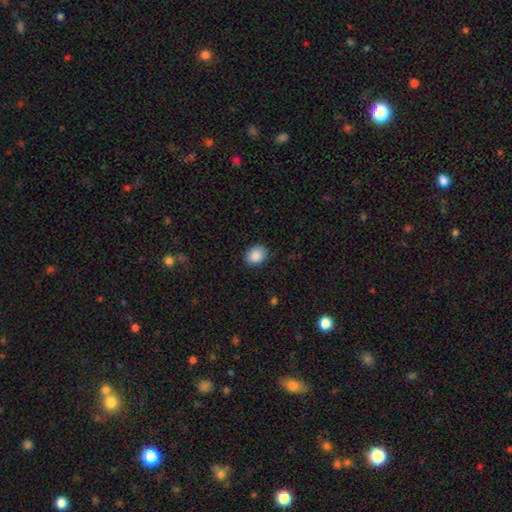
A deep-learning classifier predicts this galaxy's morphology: smooth-or-featured: smooth: 88% | star or artifact: 8% | featured or disk: 4%
  how-rounded: in between: 58% | round: 41% | cigar-shaped: 1%
  merging: none: 88% | minor disturbance: 9% | major disturbance: 2% | merger: 1%